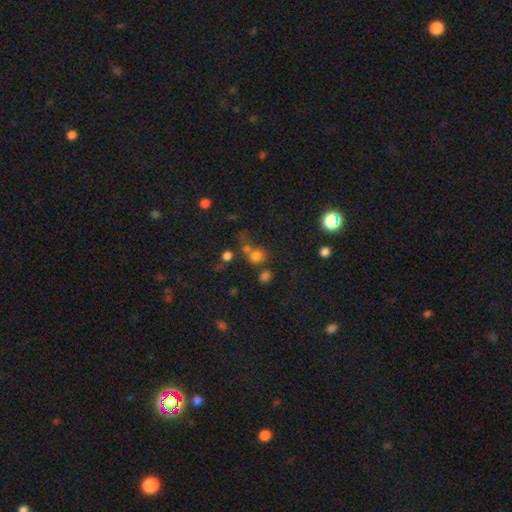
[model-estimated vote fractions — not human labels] Overall: smooth (69%). How rounded: round (72%). Merging: none (48%; merger 32%).